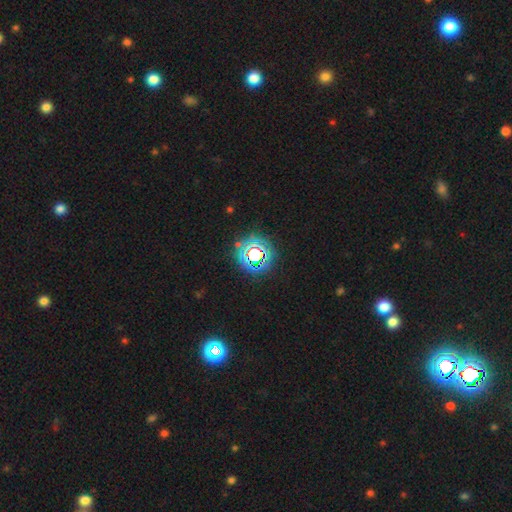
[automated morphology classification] Overall: star or artifact (76%).